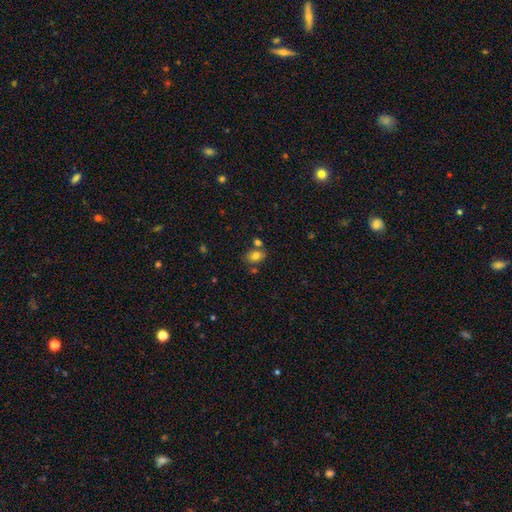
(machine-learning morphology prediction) Smooth or featured: smooth — 79% (star or artifact — 10%)
How rounded: in between — 79% (round — 20%)
Merging: none — 65% (merger — 17%)